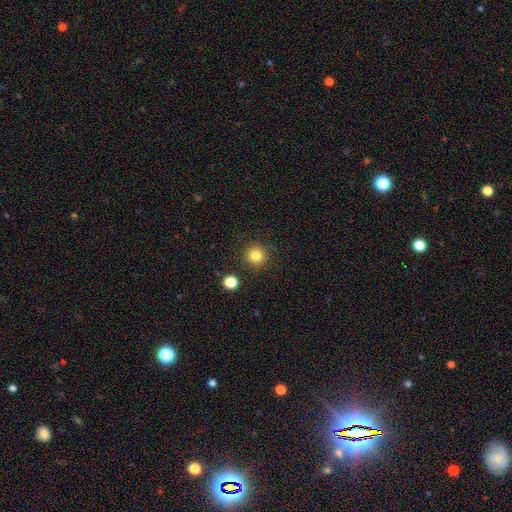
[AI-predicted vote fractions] Overall: smooth (82%). How rounded: round (94%). Merging: none (89%).